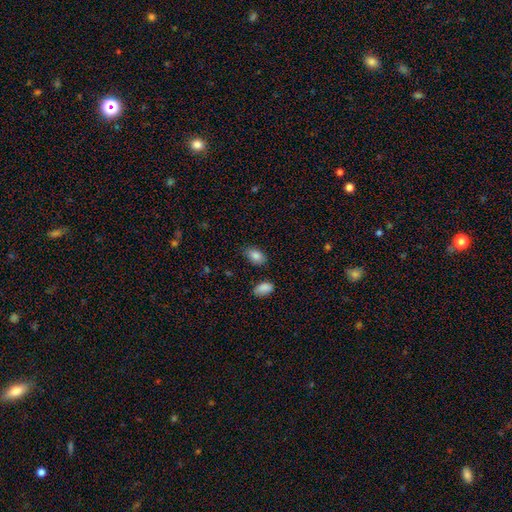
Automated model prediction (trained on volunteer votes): A smooth galaxy with no disk features (85%) that is in between round and cigar-shaped (89%).

Vote fractions:
- Smooth or featured? smooth: 85% / star or artifact: 8% / featured or disk: 6%
- How rounded? in between: 89% / round: 9% / cigar-shaped: 2%
- Merging? none: 80% / minor disturbance: 14% / major disturbance: 3% / merger: 3%